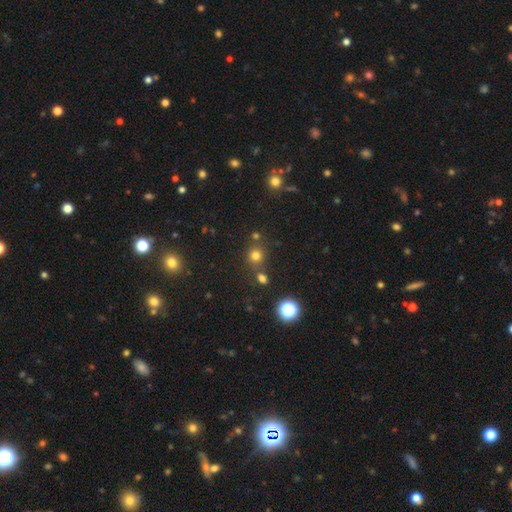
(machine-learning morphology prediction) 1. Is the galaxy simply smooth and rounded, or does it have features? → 71% smooth, 23% star or artifact, 7% featured or disk.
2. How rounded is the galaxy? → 87% round, 12% in between, 1% cigar-shaped.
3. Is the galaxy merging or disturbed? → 72% none, 15% merger, 9% minor disturbance, 4% major disturbance.